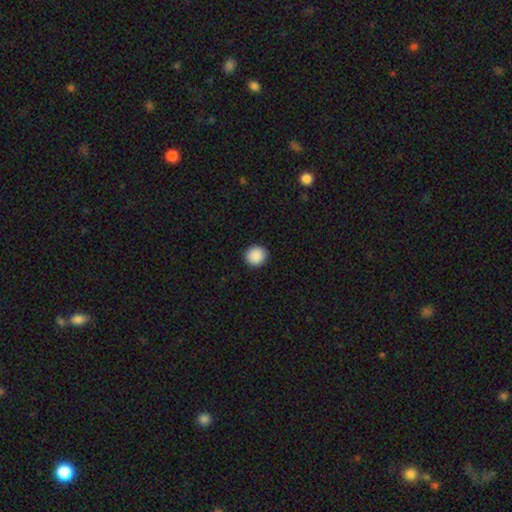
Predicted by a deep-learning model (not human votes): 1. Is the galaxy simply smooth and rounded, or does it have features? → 90% smooth, 8% star or artifact, 2% featured or disk.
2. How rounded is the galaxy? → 94% round, 5% in between, 1% cigar-shaped.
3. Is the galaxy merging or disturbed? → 93% none, 4% minor disturbance, 2% major disturbance, 1% merger.